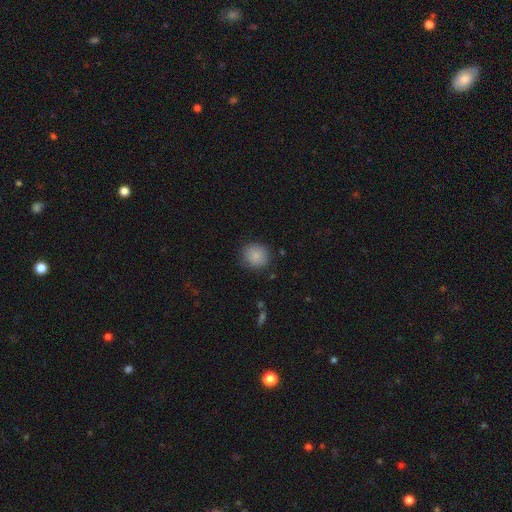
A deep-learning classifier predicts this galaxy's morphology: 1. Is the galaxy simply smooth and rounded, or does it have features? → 86% smooth, 9% star or artifact, 6% featured or disk.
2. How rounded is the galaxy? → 87% round, 12% in between, 1% cigar-shaped.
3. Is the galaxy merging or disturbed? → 84% none, 12% minor disturbance, 3% major disturbance, 1% merger.